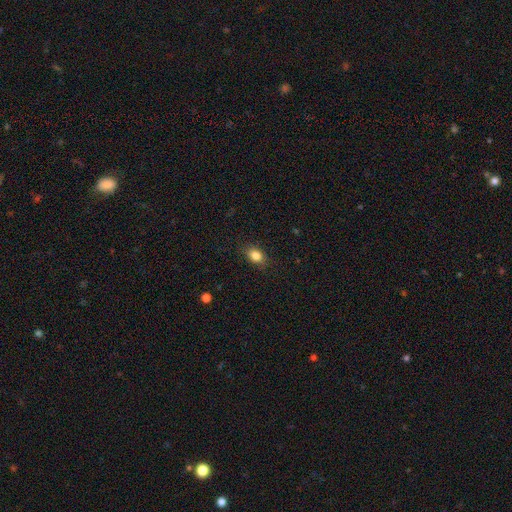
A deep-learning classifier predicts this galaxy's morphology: A smooth galaxy with no disk features (84%) that is in between round and cigar-shaped (76%).

Vote fractions:
- Smooth or featured? smooth: 84% / star or artifact: 9% / featured or disk: 7%
- How rounded? in between: 76% / round: 22% / cigar-shaped: 2%
- Merging? none: 85% / minor disturbance: 11% / major disturbance: 3% / merger: 1%